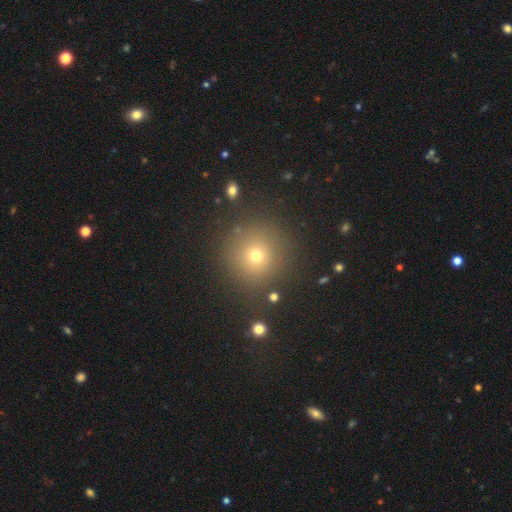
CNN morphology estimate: type=smooth (67%); roundness=round (94%); merging=none (88%).